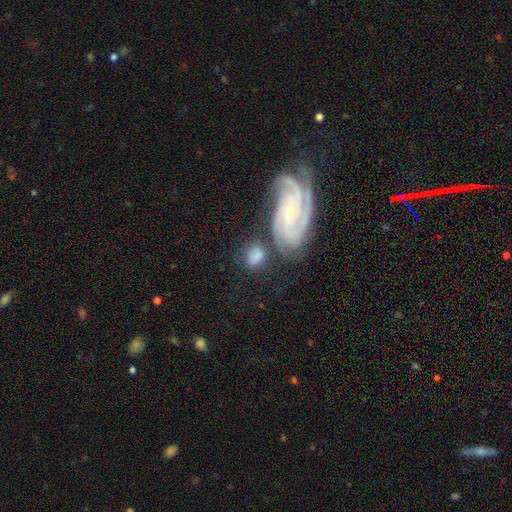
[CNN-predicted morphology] smooth 64%, featured or disk 27%, star or artifact 9%. Down the decision tree: how rounded — in between (67%); merging — none (52%).